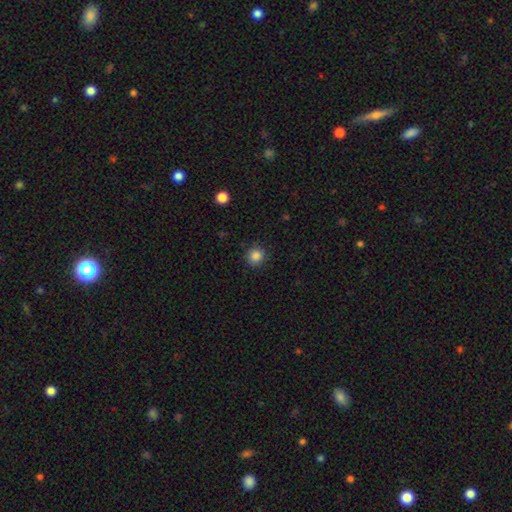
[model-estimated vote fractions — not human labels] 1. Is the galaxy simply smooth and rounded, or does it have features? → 86% smooth, 11% star or artifact, 3% featured or disk.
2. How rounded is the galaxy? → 90% round, 9% in between, 1% cigar-shaped.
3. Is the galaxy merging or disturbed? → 90% none, 7% minor disturbance, 2% major disturbance, 1% merger.